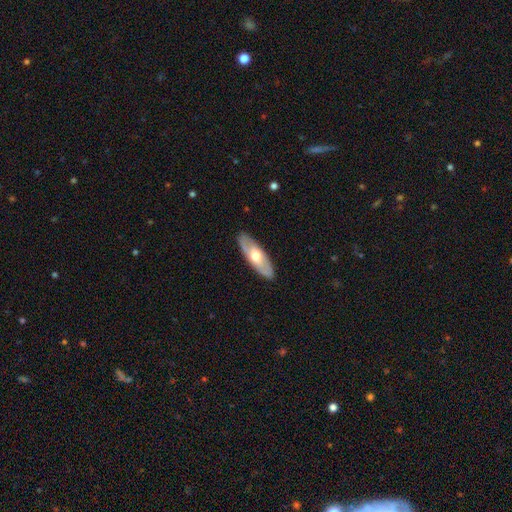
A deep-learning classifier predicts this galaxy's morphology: This appears to be a featured or disk galaxy (50%). Merging: none (88%).